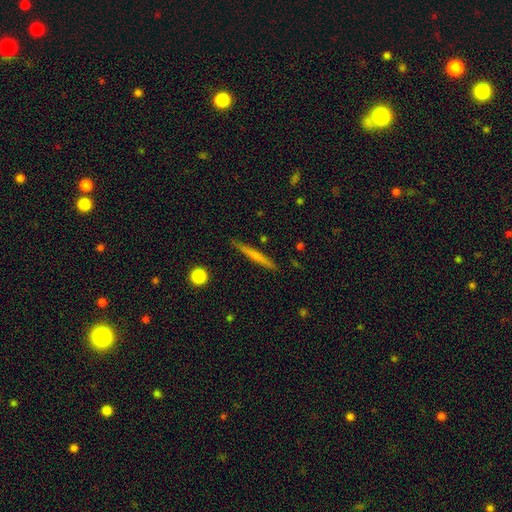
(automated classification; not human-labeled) Q: Smooth or featured?
A: smooth (55%); runner-up: featured or disk (39%)
Q: How rounded?
A: cigar-shaped (95%); runner-up: in between (3%)
Q: Merging?
A: none (89%); runner-up: minor disturbance (8%)